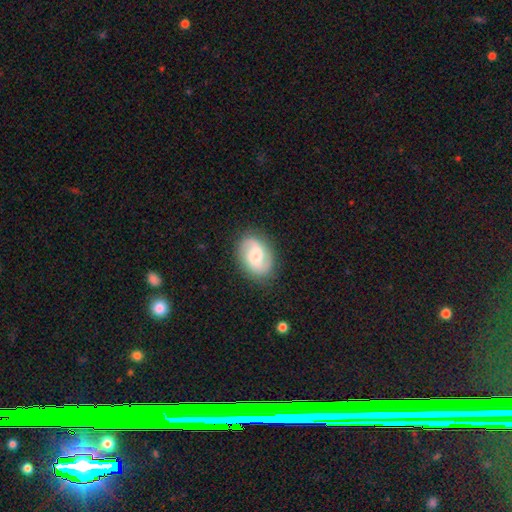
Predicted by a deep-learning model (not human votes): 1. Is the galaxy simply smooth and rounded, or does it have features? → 71% featured or disk, 23% smooth, 7% star or artifact.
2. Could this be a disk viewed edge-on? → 98% no, 2% yes.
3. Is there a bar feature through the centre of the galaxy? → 48% no, 43% weak, 9% strong.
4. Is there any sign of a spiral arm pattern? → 94% yes, 6% no.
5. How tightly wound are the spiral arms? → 47% medium, 35% loose, 19% tight.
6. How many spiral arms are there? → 90% 2, 4% can't tell, 2% 1, 2% 3, 1% 4, 1% more than 4.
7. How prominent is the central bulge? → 51% moderate, 33% small, 10% large, 3% none, 2% dominant.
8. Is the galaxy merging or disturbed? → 83% none, 12% minor disturbance, 4% major disturbance, 1% merger.